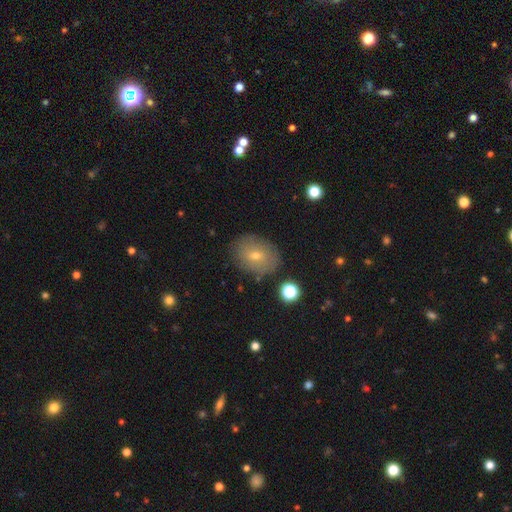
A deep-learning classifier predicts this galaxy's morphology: Overall: smooth (60%; featured or disk 28%). How rounded: in between (59%; round 40%). Merging: none (83%).